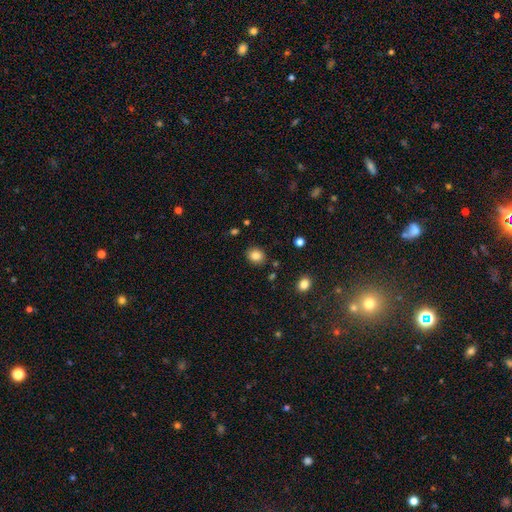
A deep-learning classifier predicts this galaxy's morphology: Smooth or featured?
  - smooth: 84% *
  - star or artifact: 10%
  - featured or disk: 6%
How rounded?
  - round: 63% *
  - in between: 36%
  - cigar-shaped: 1%
Merging?
  - none: 88% *
  - minor disturbance: 8%
  - major disturbance: 2%
  - merger: 2%